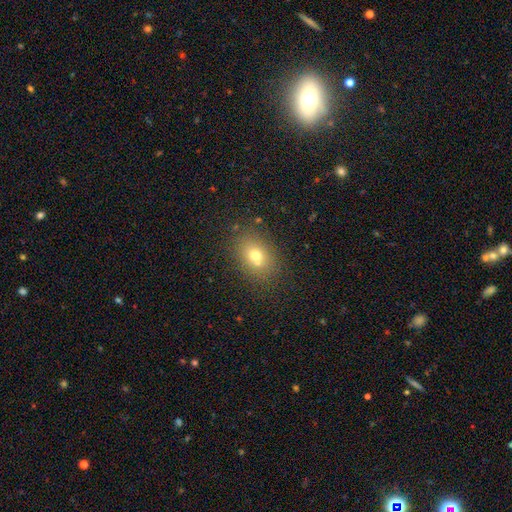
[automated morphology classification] Smooth or featured? Predicted: smooth (p=0.68). How rounded? Predicted: in between (p=0.61). Merging? Predicted: none (p=0.67).